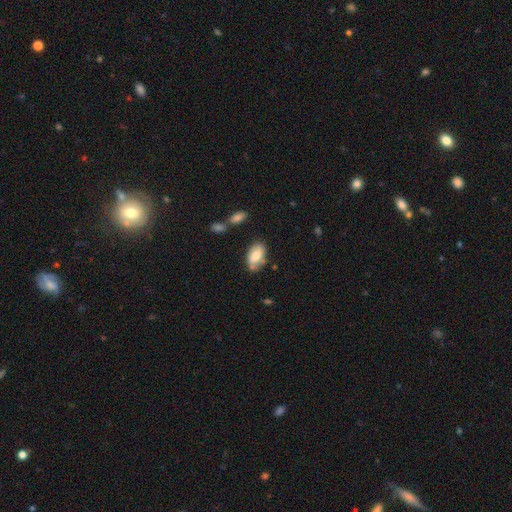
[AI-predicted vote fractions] A smooth galaxy with no disk features (73%) that is in between round and cigar-shaped (93%).

Vote fractions:
- Smooth or featured? smooth: 73% / featured or disk: 20% / star or artifact: 7%
- How rounded? in between: 93% / round: 4% / cigar-shaped: 3%
- Merging? none: 67% / minor disturbance: 22% / merger: 7% / major disturbance: 5%